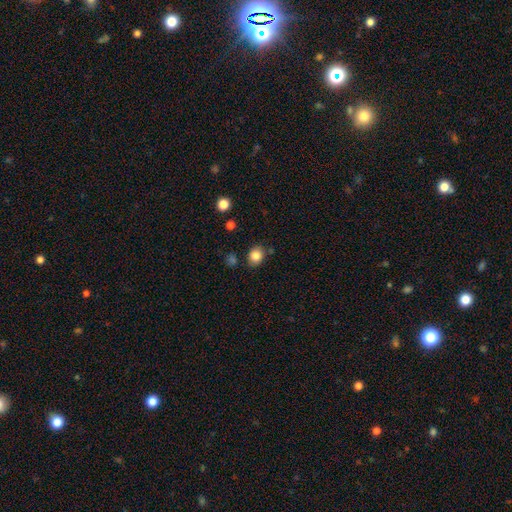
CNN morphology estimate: type=smooth (84%); roundness=round (65%); merging=none (80%).